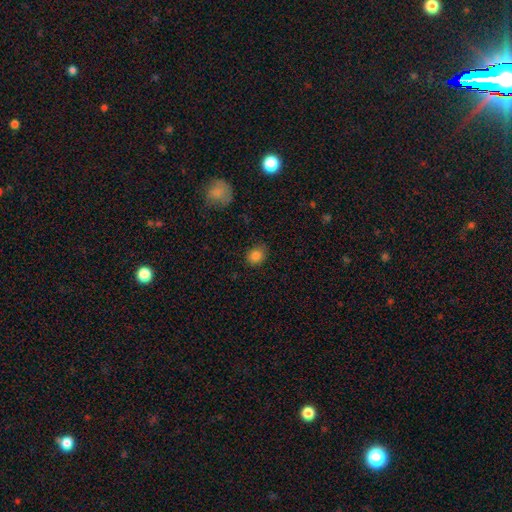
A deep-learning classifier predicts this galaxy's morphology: Smooth or featured? smooth (84%)
How rounded? round (67%)
Merging? none (82%)